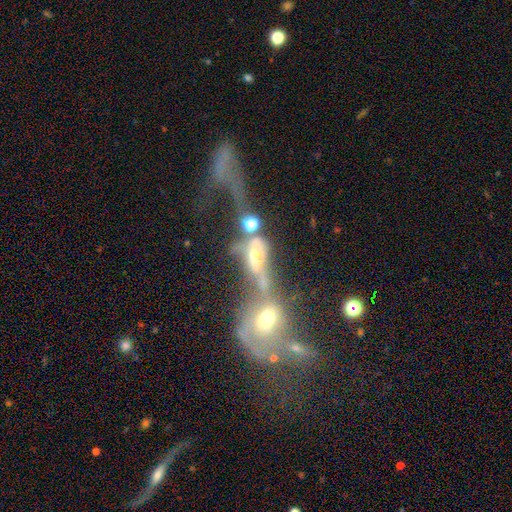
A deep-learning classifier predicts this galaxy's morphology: Overall: featured or disk (43%; smooth 37%). Merging: merger (65%).